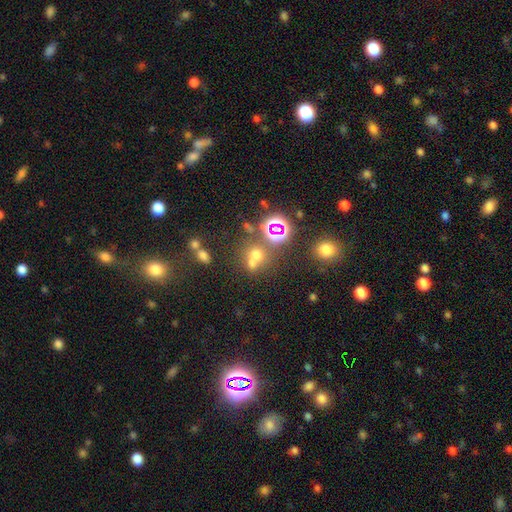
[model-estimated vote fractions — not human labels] Morphology: type=smooth (47%); merging=none (48%).